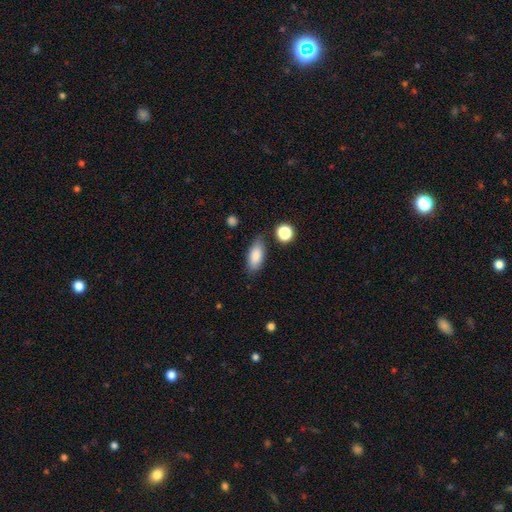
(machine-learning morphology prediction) The model was most divided on "merging": none: 79%, minor disturbance: 14%, major disturbance: 3%, merger: 3%. More confident: smooth or featured — smooth (84%); how rounded — in between (83%).